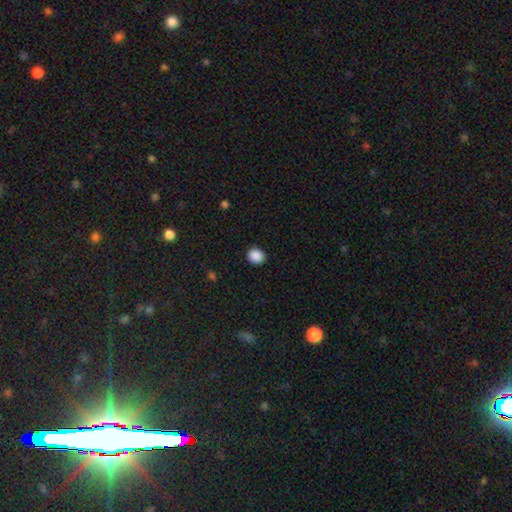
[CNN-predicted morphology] Q: Smooth or featured?
A: smooth (89%); runner-up: star or artifact (9%)
Q: How rounded?
A: round (78%); runner-up: in between (22%)
Q: Merging?
A: none (91%); runner-up: minor disturbance (6%)